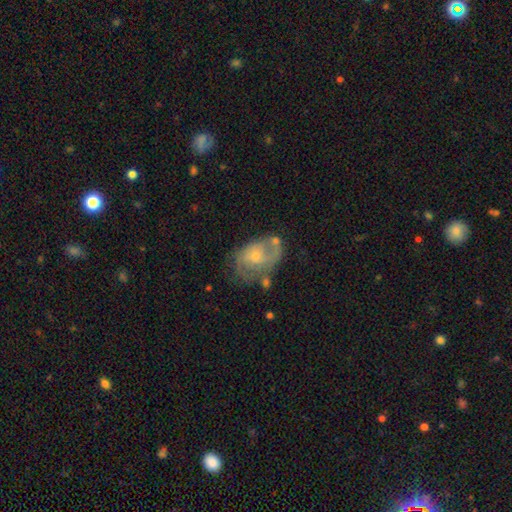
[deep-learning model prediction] The model was most divided on "spiral winding": medium: 45%, tight: 31%, loose: 24%. More confident: edge-on disk — no (97%); spiral arms — yes (79%); bar — no (69%); smooth or featured — featured or disk (68%); bulge size — small (60%); spiral arm count — 2 (56%); merging — none (51%).